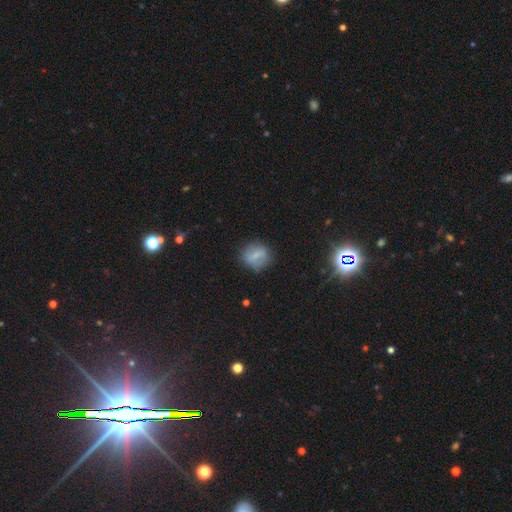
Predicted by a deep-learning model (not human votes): A smooth galaxy with no disk features (59%) that is round (63%).

Vote fractions:
- Smooth or featured? smooth: 59% / featured or disk: 30% / star or artifact: 11%
- How rounded? round: 63% / in between: 33% / cigar-shaped: 4%
- Merging? none: 78% / minor disturbance: 15% / major disturbance: 5% / merger: 2%